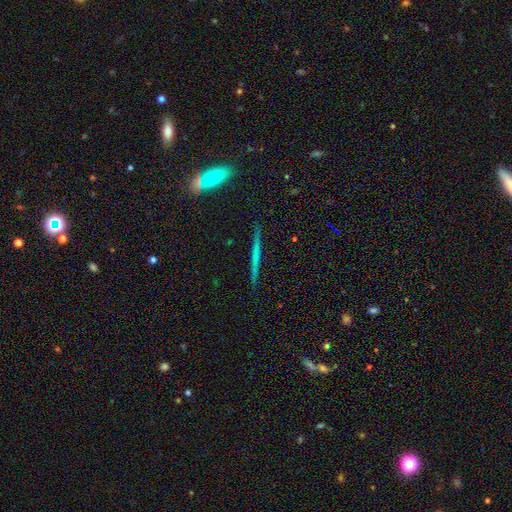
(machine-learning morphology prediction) Smooth or featured?
  - featured or disk: 54% *
  - smooth: 38%
  - star or artifact: 8%
Edge-on disk?
  - yes: 97% *
  - no: 3%
Edge-on bulge?
  - none: 82% *
  - rounded: 12%
  - boxy: 6%
Merging?
  - none: 91% *
  - minor disturbance: 6%
  - merger: 2%
  - major disturbance: 1%